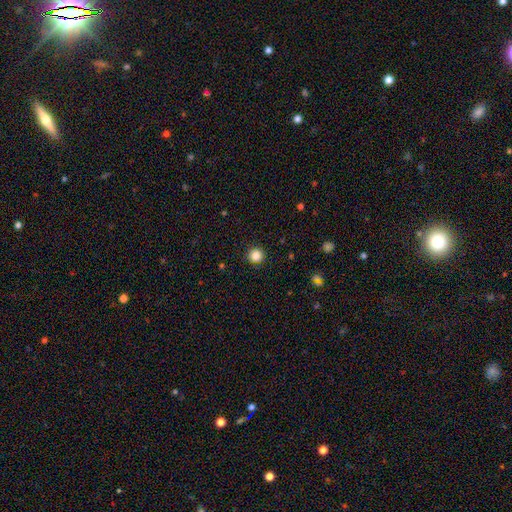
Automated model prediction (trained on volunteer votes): Smooth or featured: smooth — 85% (star or artifact — 11%)
How rounded: round — 96% (in between — 3%)
Merging: none — 92% (minor disturbance — 5%)